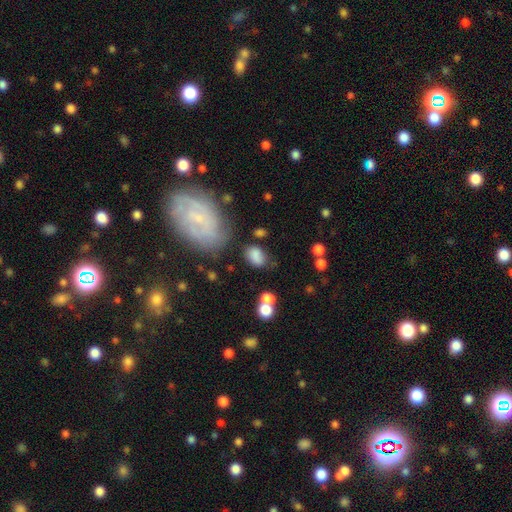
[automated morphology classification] This appears to be a smooth galaxy with no disk features (79%) that is in between round and cigar-shaped (79%). Merging: none (62%).